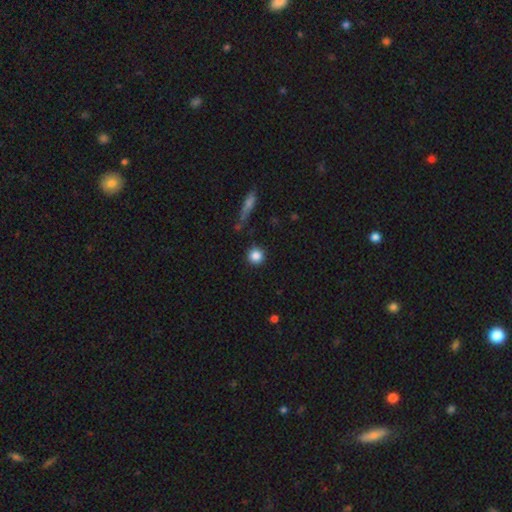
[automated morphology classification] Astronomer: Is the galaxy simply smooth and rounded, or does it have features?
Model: smooth — 85%.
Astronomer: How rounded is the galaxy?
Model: round — 94%.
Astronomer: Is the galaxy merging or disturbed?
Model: none — 88%.